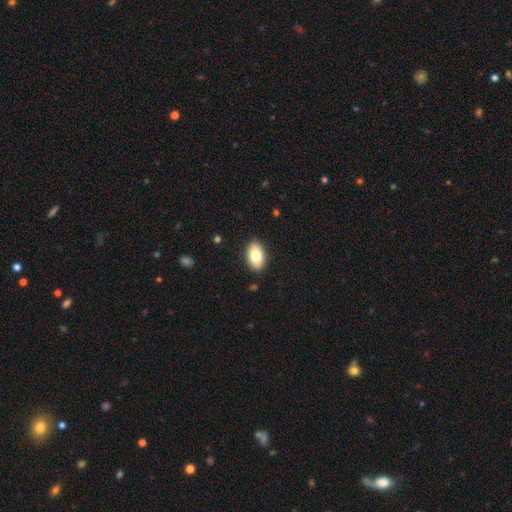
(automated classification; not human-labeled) smooth_or_featured: smooth (p=0.80) [alt: featured or disk p=0.13]
how_rounded: in between (p=0.92) [alt: round p=0.07]
merging: none (p=0.89) [alt: minor disturbance p=0.08]